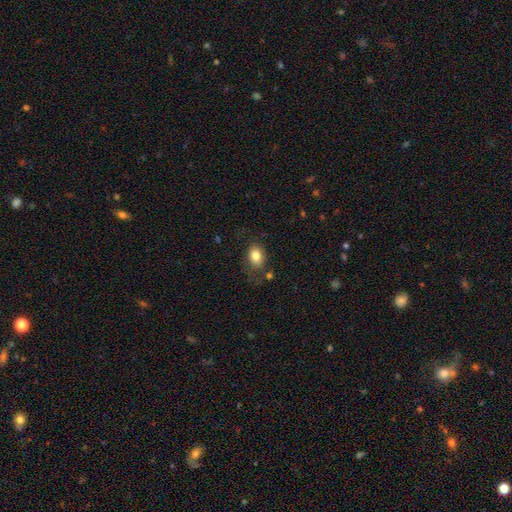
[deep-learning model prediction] Q: Smooth or featured?
A: smooth (82%); runner-up: star or artifact (9%)
Q: How rounded?
A: in between (71%); runner-up: round (28%)
Q: Merging?
A: none (68%); runner-up: minor disturbance (19%)